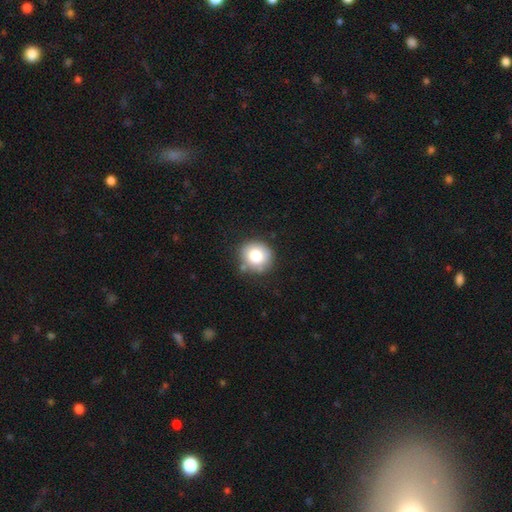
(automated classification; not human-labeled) Smooth or featured? Predicted: smooth (p=0.79). How rounded? Predicted: round (p=0.86). Merging? Predicted: none (p=0.80).